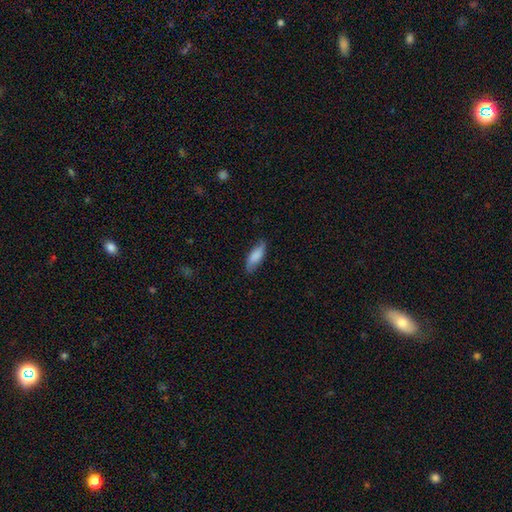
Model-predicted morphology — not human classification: Overall: smooth (79%). How rounded: in between (68%; cigar-shaped 30%). Merging: none (75%).